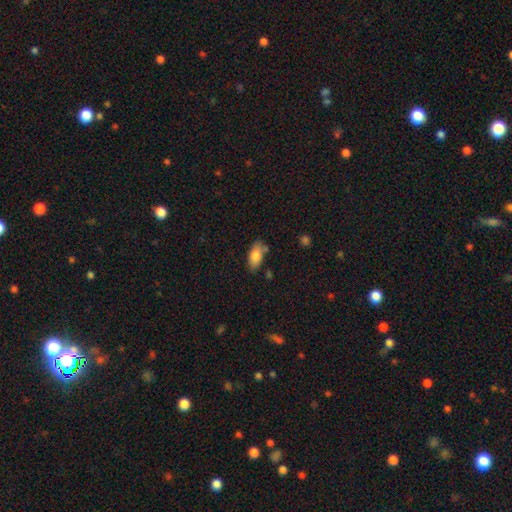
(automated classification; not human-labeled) A smooth galaxy with no disk features (81%) that is in between round and cigar-shaped (91%). Merging: none (70%).